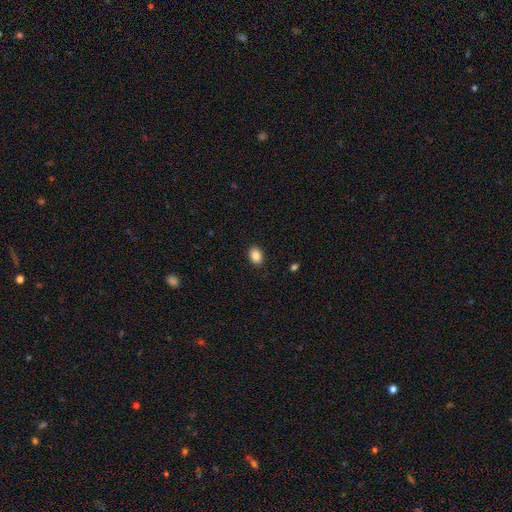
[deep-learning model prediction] This appears to be a smooth galaxy with no disk features (87%) that is in between round and cigar-shaped (73%). Merging: none (88%).